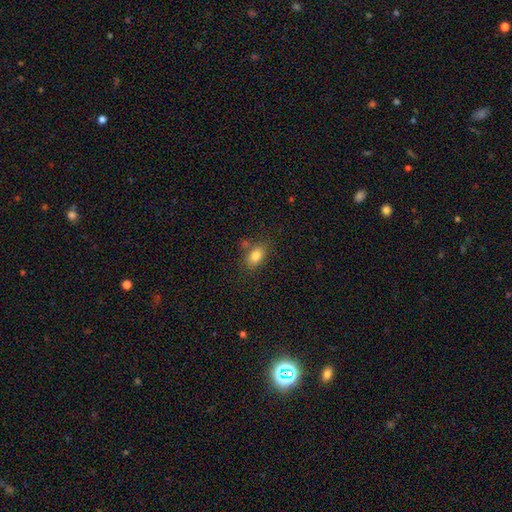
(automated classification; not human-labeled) Smooth or featured?
  - smooth: 83% *
  - star or artifact: 9%
  - featured or disk: 8%
How rounded?
  - in between: 86% *
  - round: 12%
  - cigar-shaped: 2%
Merging?
  - none: 70% *
  - minor disturbance: 15%
  - merger: 10%
  - major disturbance: 5%